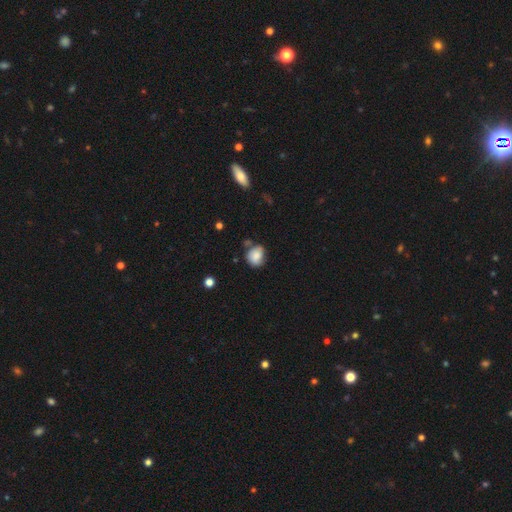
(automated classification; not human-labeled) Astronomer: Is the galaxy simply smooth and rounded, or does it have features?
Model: smooth — 77%.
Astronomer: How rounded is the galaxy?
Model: round — 64%.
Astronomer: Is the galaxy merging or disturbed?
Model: none — 60%.